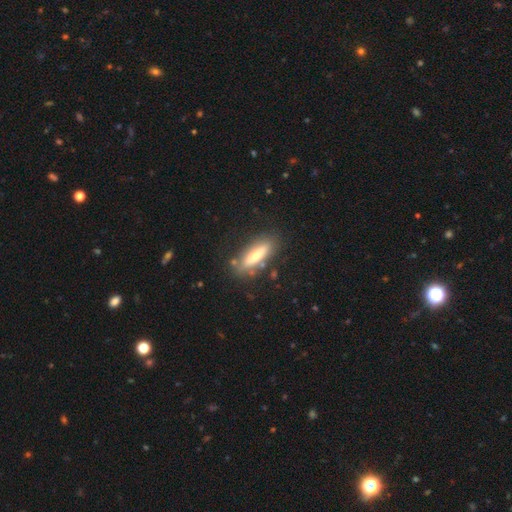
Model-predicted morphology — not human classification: Smooth or featured?
  - smooth: 58% *
  - featured or disk: 36%
  - star or artifact: 6%
How rounded?
  - cigar-shaped: 56% *
  - in between: 42%
  - round: 2%
Merging?
  - none: 80% *
  - minor disturbance: 12%
  - merger: 4%
  - major disturbance: 4%